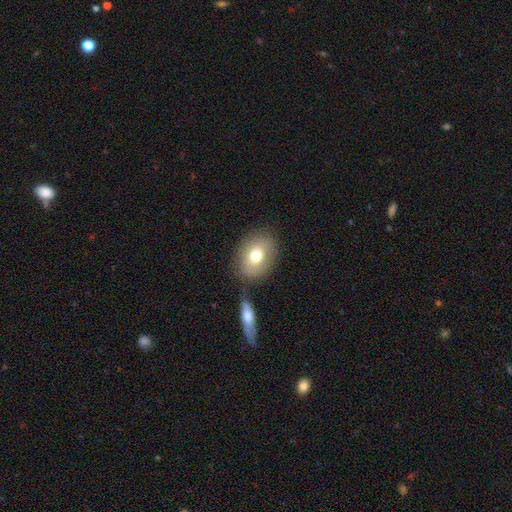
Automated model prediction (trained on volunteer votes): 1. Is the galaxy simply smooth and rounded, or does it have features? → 71% smooth, 20% featured or disk, 9% star or artifact.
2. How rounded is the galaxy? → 63% in between, 36% round, 1% cigar-shaped.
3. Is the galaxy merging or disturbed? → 71% none, 14% minor disturbance, 11% merger, 5% major disturbance.